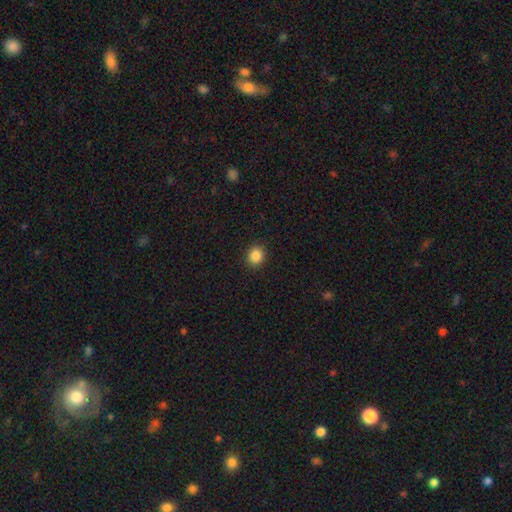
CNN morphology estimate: smooth_or_featured: smooth (p=0.86) [alt: star or artifact p=0.10]
how_rounded: round (p=0.80) [alt: in between p=0.19]
merging: none (p=0.91) [alt: minor disturbance p=0.06]